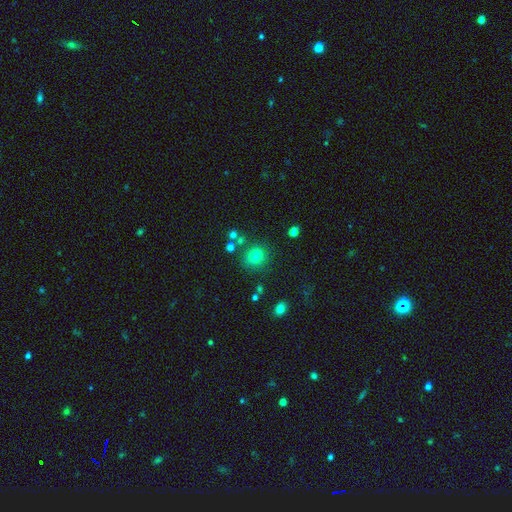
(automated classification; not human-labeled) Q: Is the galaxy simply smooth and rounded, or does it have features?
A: smooth — 75%.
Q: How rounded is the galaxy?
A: round — 84%.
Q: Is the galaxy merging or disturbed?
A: none — 80%.